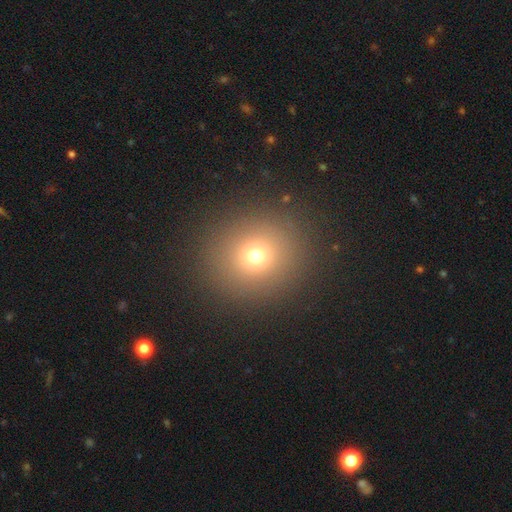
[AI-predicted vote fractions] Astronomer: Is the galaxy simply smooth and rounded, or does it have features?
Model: smooth — 70%.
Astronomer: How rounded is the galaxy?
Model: round — 89%.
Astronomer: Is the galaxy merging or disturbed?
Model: none — 89%.